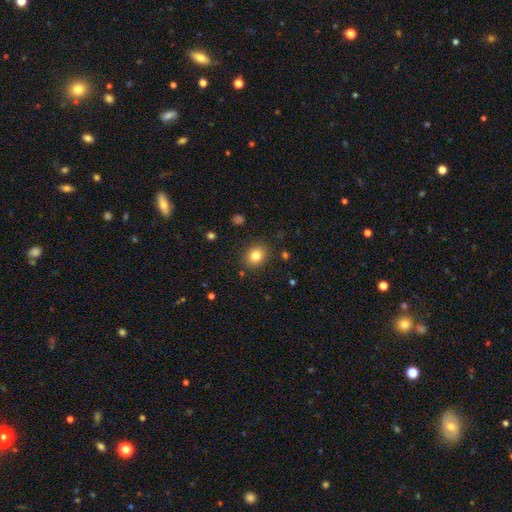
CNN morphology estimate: Smooth or featured? Predicted: smooth (p=0.82). How rounded? Predicted: round (p=0.62). Merging? Predicted: none (p=0.86).